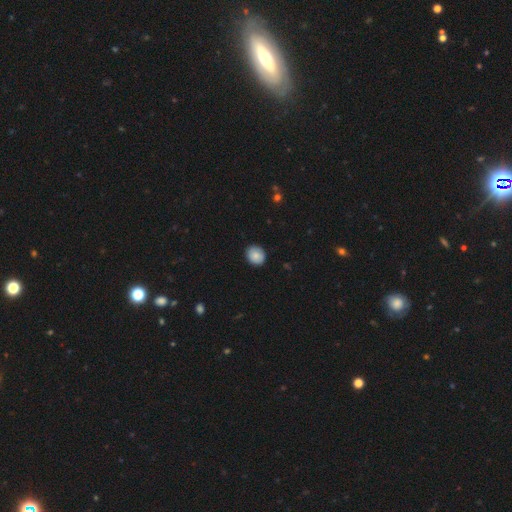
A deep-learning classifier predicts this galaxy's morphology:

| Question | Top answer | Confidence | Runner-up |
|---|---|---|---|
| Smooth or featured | smooth | 84% | featured or disk (8%) |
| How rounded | round | 74% | in between (25%) |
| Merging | none | 89% | minor disturbance (9%) |